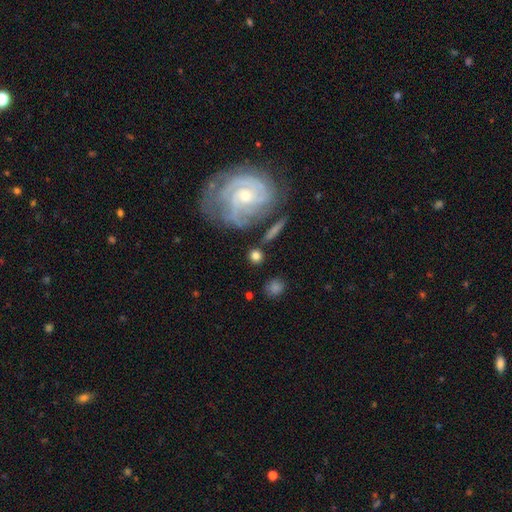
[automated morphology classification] This appears to be a smooth galaxy with no disk features (65%) that is round (77%). Merging: none (76%).